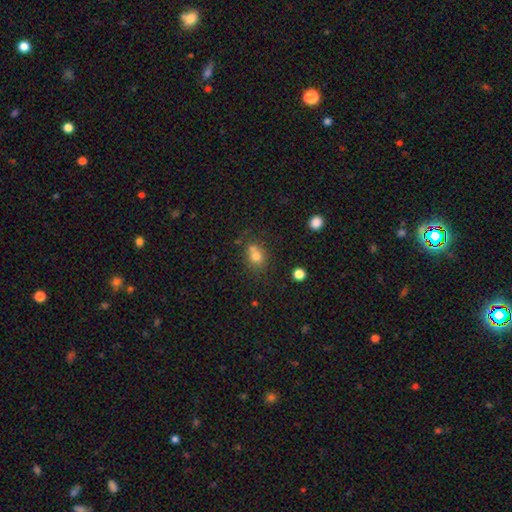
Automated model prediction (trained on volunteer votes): smooth-or-featured: smooth: 73% | star or artifact: 14% | featured or disk: 13%
  how-rounded: round: 65% | in between: 34% | cigar-shaped: 1%
  merging: none: 49% | merger: 33% | minor disturbance: 13% | major disturbance: 5%